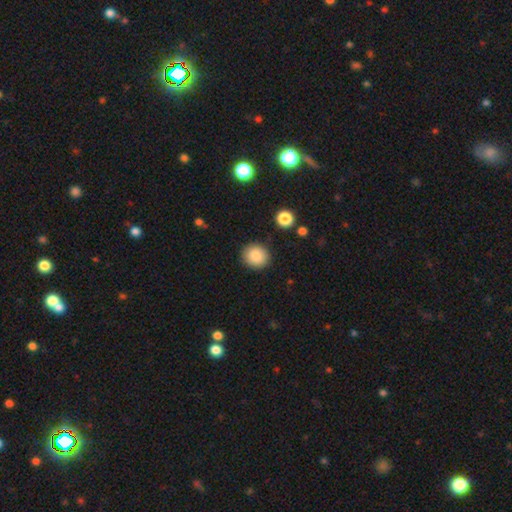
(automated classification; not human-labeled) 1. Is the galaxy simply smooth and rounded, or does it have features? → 87% smooth, 9% star or artifact, 5% featured or disk.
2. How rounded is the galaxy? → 86% round, 13% in between, 1% cigar-shaped.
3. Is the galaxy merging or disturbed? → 89% none, 7% minor disturbance, 2% major disturbance, 1% merger.